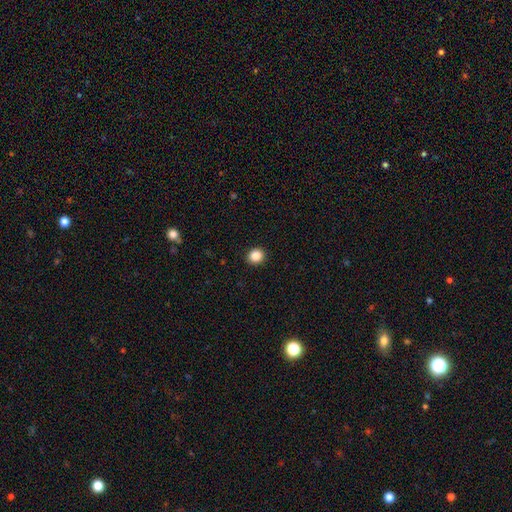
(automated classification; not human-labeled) smooth-or-featured: smooth: 87% | star or artifact: 10% | featured or disk: 3%
  how-rounded: round: 81% | in between: 18% | cigar-shaped: 1%
  merging: none: 92% | minor disturbance: 5% | major disturbance: 2% | merger: 1%